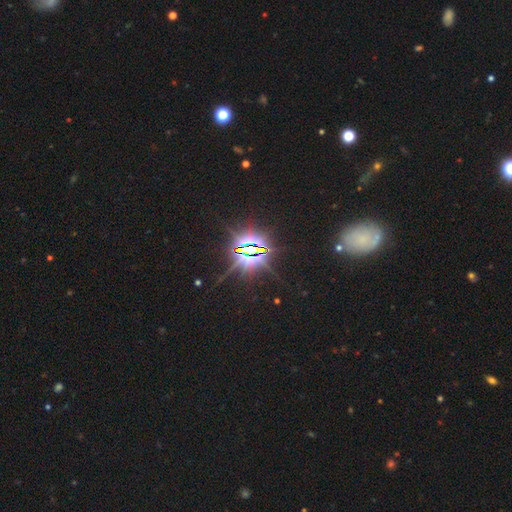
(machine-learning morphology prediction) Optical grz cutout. It shows a star or artifact, not a galaxy (84%).